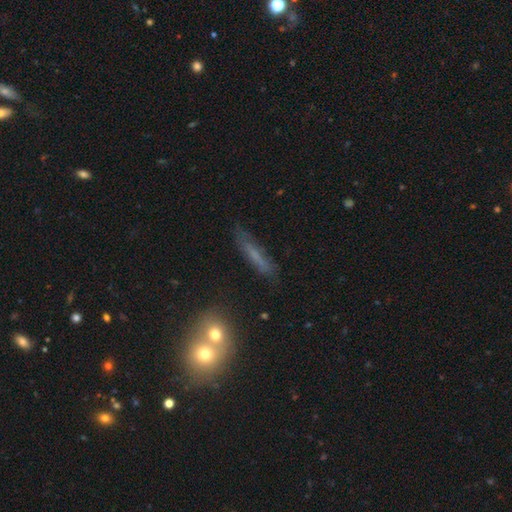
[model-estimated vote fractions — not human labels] Morphology: type=smooth (53%); roundness=cigar-shaped (86%); merging=none (73%).